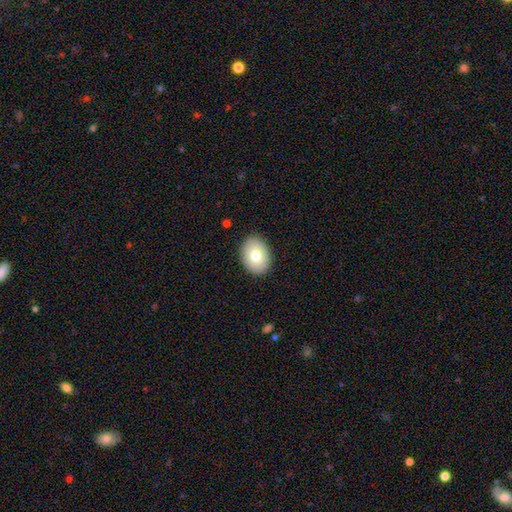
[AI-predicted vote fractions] Smooth or featured? smooth (77%)
How rounded? in between (70%)
Merging? none (89%)